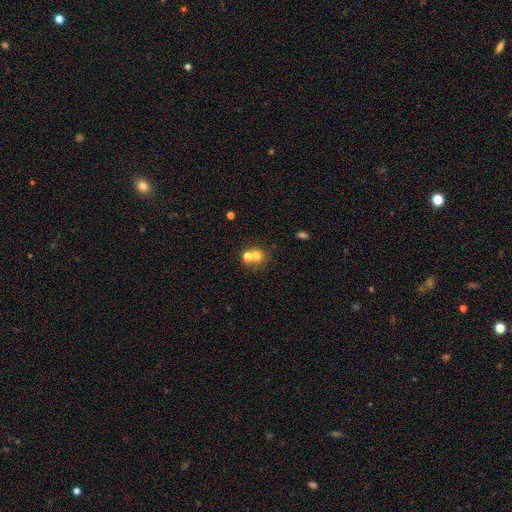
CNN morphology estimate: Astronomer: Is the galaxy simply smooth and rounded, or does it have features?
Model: smooth — 68%.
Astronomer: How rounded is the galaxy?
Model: round — 83%.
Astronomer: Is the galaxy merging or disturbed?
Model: merger — 45%, tied with none at 45%.